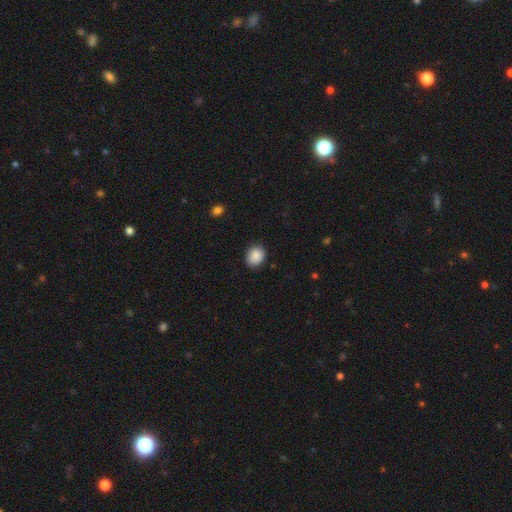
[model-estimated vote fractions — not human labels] smooth_or_featured: smooth (p=0.88) [alt: star or artifact p=0.08]
how_rounded: round (p=0.64) [alt: in between p=0.36]
merging: none (p=0.85) [alt: minor disturbance p=0.11]